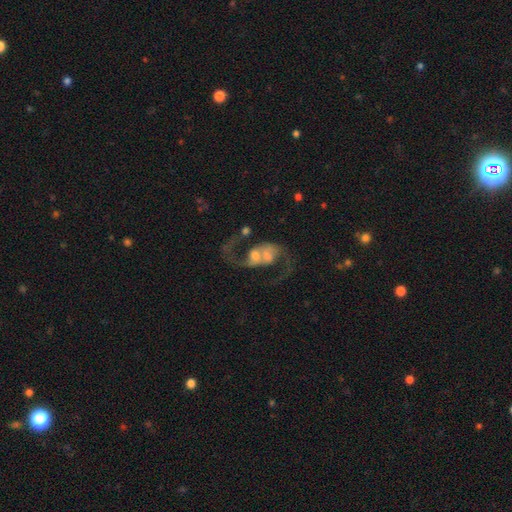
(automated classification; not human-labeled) The model was most divided on "bulge size": moderate: 43%, small: 38%, large: 9%, none: 7%, dominant: 2%. Remaining: edge-on disk — no (97%); spiral arms — yes (91%); spiral arm count — 2 (86%); smooth or featured — featured or disk (82%); spiral winding — loose (49%); merging — none (47%); bar — no (46%).